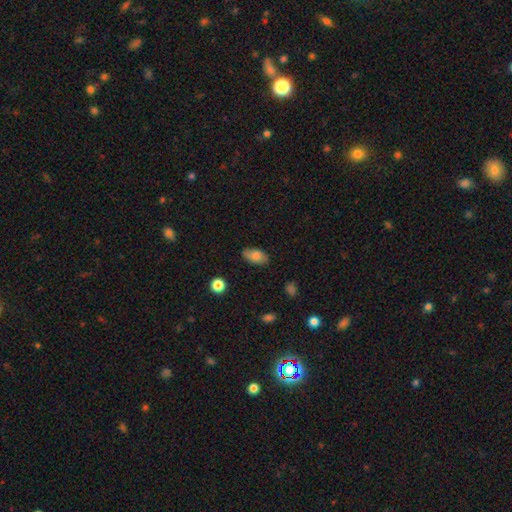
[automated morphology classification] smooth 78%, featured or disk 14%, star or artifact 8%. Down the decision tree: how rounded — in between (92%); merging — none (82%).